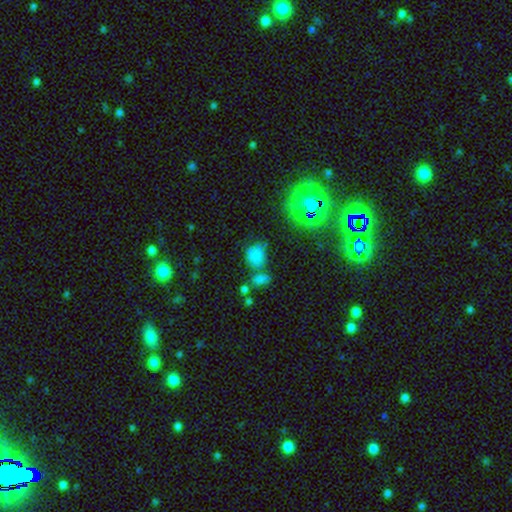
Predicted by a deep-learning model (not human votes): Smooth or featured?
  - smooth: 72% *
  - star or artifact: 21%
  - featured or disk: 7%
How rounded?
  - round: 50% *
  - in between: 48%
  - cigar-shaped: 2%
Merging?
  - none: 54% *
  - merger: 21%
  - minor disturbance: 18%
  - major disturbance: 7%